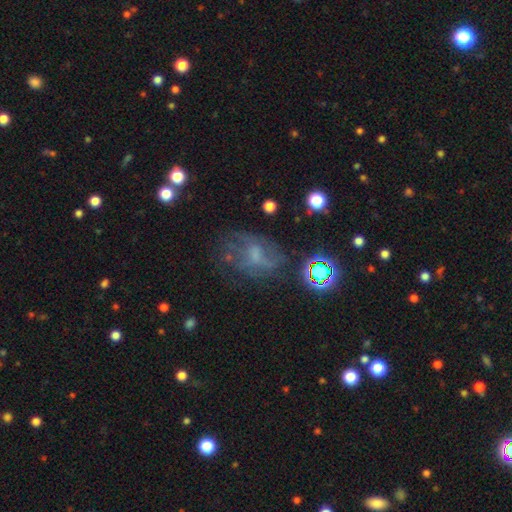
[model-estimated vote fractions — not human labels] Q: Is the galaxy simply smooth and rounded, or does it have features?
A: featured or disk — 47%.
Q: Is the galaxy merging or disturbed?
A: none — 50%.